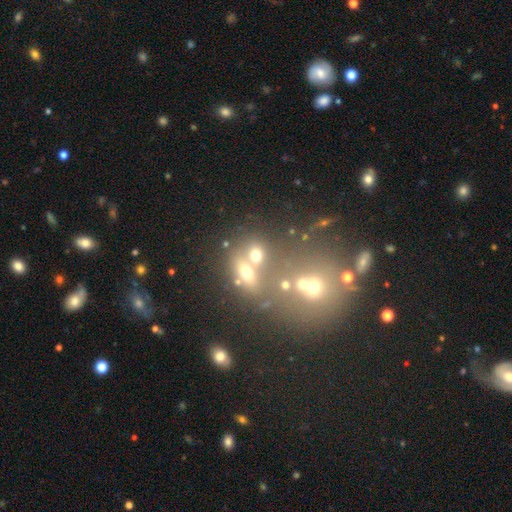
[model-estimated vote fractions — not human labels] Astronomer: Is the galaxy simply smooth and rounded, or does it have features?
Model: star or artifact — 42% (runner-up: smooth, 37%).